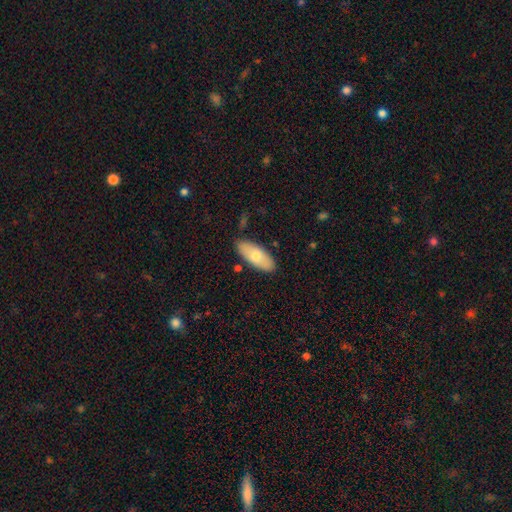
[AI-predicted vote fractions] The model was most divided on "smooth or featured": smooth: 68%, featured or disk: 27%, star or artifact: 6%. More confident: merging — none (85%); how rounded — in between (84%).